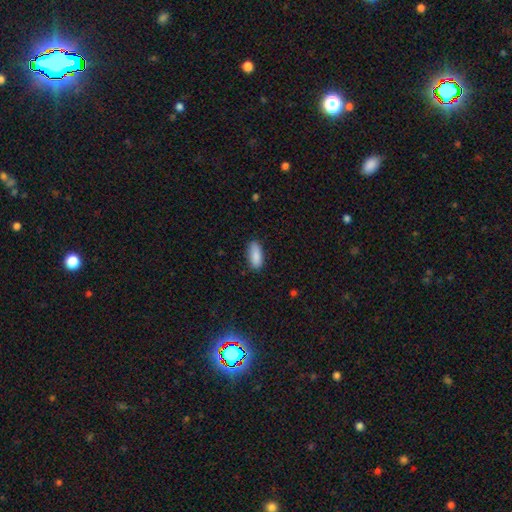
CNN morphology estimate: Smooth or featured?
  - smooth: 89% *
  - star or artifact: 7%
  - featured or disk: 4%
How rounded?
  - in between: 81% *
  - cigar-shaped: 18%
  - round: 2%
Merging?
  - none: 86% *
  - minor disturbance: 11%
  - major disturbance: 2%
  - merger: 1%